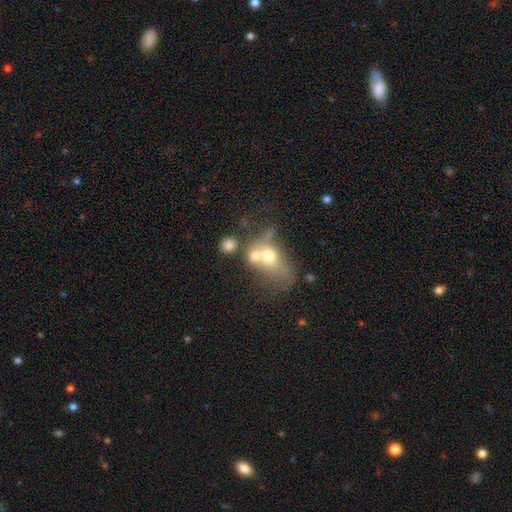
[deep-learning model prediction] Smooth or featured: smooth — 60% (featured or disk — 27%)
How rounded: round — 49% (in between — 48%)
Merging: merger — 62% (none — 18%)